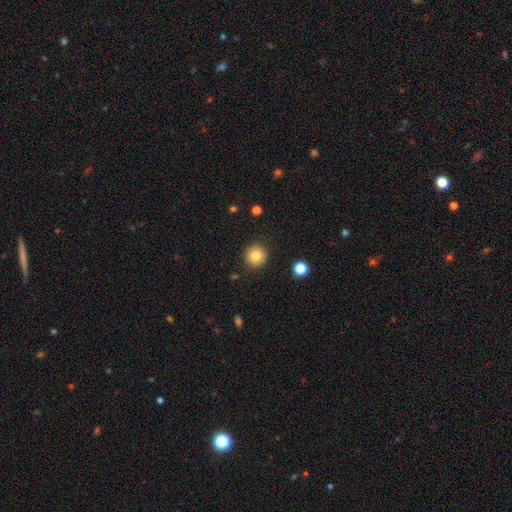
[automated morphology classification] Q: Smooth or featured?
A: smooth (82%); runner-up: star or artifact (10%)
Q: How rounded?
A: round (95%); runner-up: in between (4%)
Q: Merging?
A: none (91%); runner-up: minor disturbance (6%)